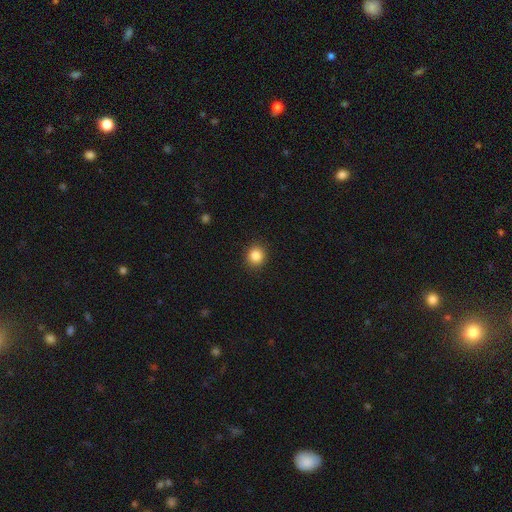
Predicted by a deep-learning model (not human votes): A smooth galaxy with no disk features (85%) that is round (83%). Merging: none (90%).